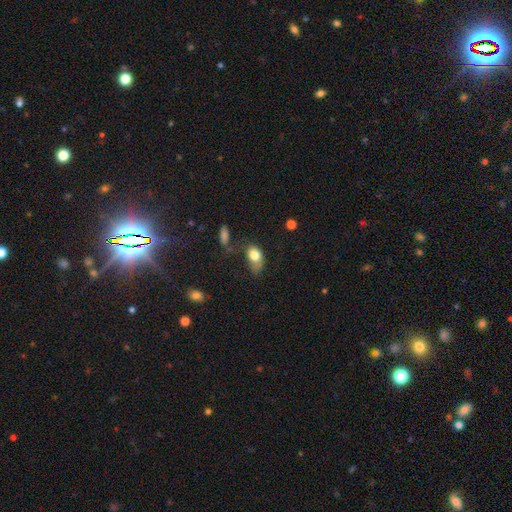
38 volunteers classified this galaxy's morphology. Volunteers were most divided on "merging": major disturbance: 33%, minor disturbance: 31%, none: 25%, merger: 11%. More confident: smooth or featured — smooth (79%); how rounded — in between (63%).